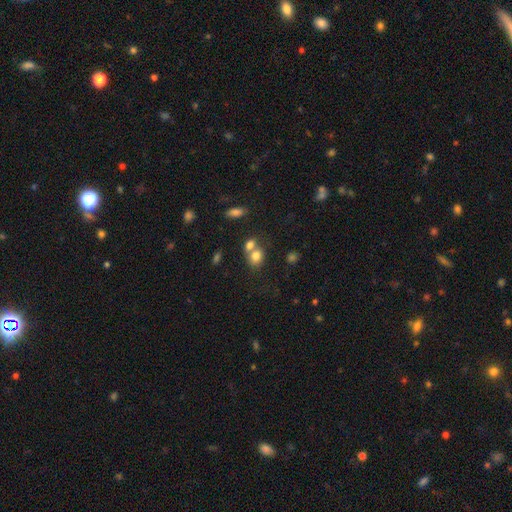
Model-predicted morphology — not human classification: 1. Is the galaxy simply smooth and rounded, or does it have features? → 77% smooth, 12% featured or disk, 11% star or artifact.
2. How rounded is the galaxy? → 60% round, 39% in between, 1% cigar-shaped.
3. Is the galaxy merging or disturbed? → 48% merger, 39% none, 9% minor disturbance, 4% major disturbance.